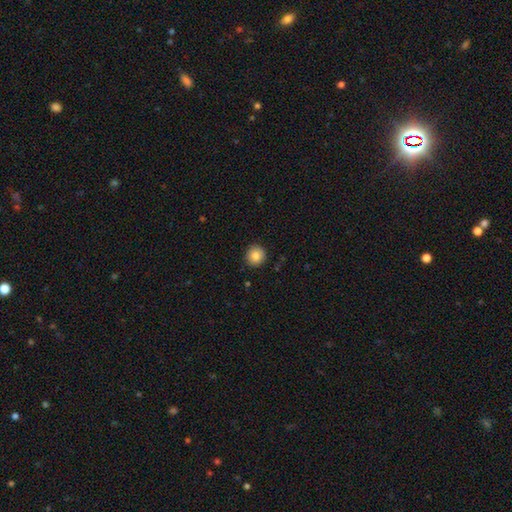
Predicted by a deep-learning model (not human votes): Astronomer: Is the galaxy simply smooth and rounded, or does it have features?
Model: smooth — 85%.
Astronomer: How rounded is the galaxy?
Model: round — 93%.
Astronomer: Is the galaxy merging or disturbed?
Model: none — 91%.